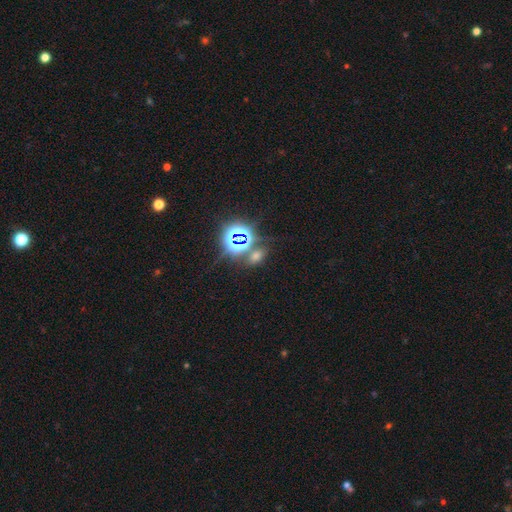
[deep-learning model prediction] This is possibly a star or artifact rather than a galaxy (51%).